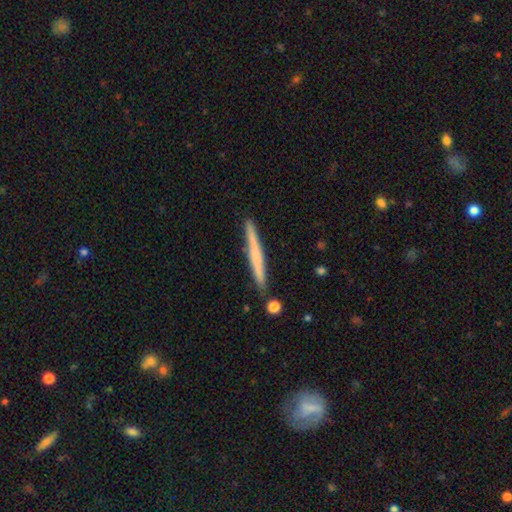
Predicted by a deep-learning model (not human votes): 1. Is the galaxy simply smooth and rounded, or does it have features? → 49% smooth, 45% featured or disk, 5% star or artifact.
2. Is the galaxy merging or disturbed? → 88% none, 8% minor disturbance, 3% merger, 1% major disturbance.